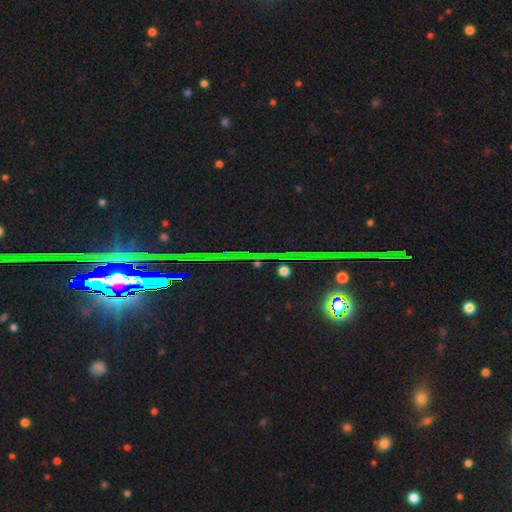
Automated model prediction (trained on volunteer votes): star or artifact 85%, featured or disk 8%, smooth 7%.